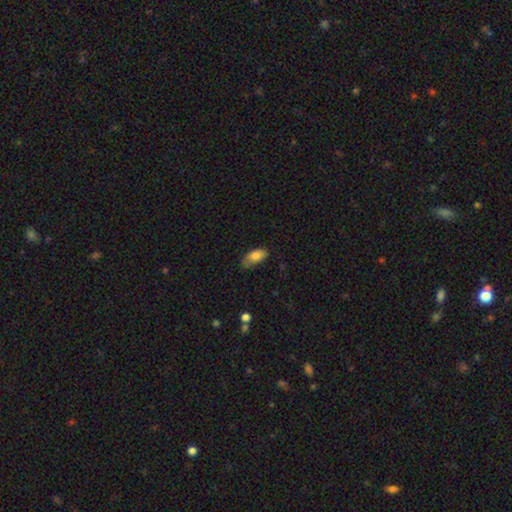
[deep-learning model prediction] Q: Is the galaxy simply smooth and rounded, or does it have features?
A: smooth — 77%.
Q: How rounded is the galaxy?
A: in between — 91%.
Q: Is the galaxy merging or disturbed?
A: none — 54%.